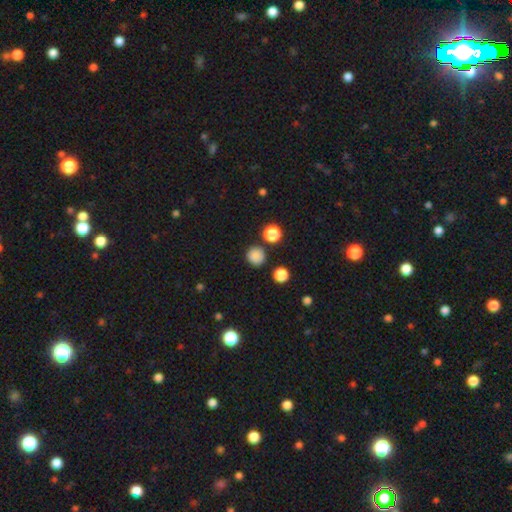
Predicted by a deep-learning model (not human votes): Smooth or featured?
  - smooth: 83% *
  - star or artifact: 13%
  - featured or disk: 4%
How rounded?
  - round: 92% *
  - in between: 7%
  - cigar-shaped: 1%
Merging?
  - none: 85% *
  - minor disturbance: 8%
  - merger: 4%
  - major disturbance: 3%